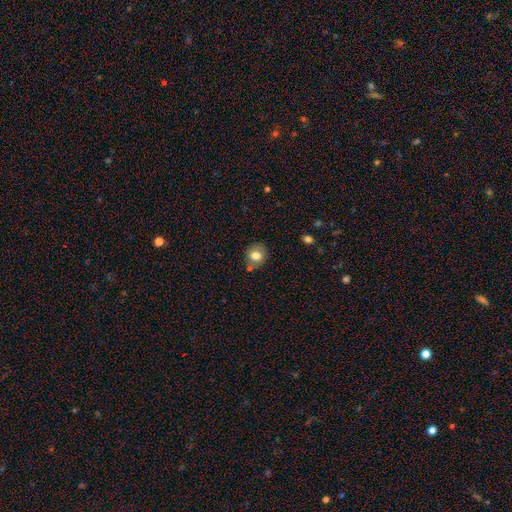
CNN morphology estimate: This is likely a smooth galaxy (77%). How rounded: likely round (79%). Merging: likely none (74%).